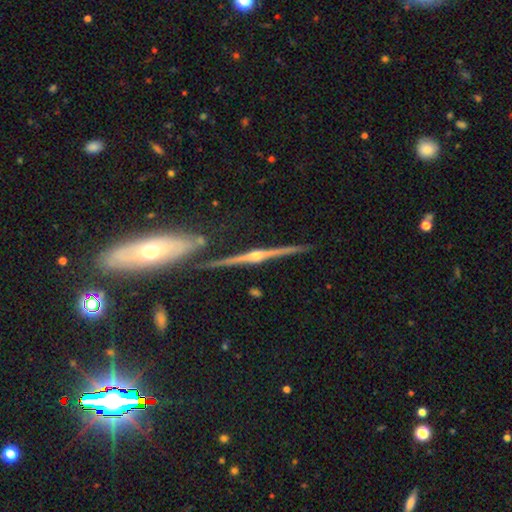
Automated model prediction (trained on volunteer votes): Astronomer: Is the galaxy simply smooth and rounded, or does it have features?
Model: featured or disk — 87%.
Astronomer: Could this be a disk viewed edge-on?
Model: yes — 98%.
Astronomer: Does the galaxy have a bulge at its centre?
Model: rounded — 92%.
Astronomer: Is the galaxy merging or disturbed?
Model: none — 83%.